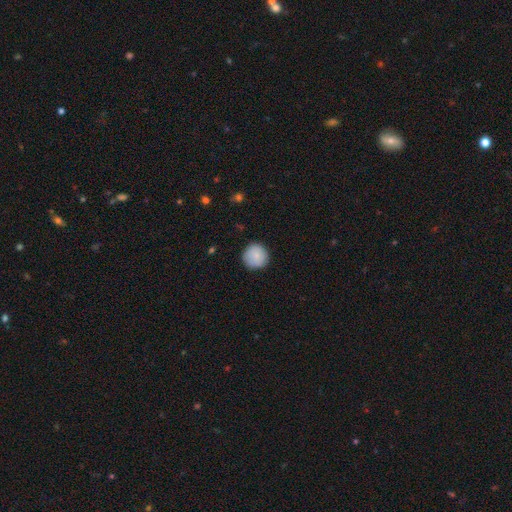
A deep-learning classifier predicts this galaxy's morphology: A smooth galaxy with no disk features (87%) that is round (95%). Merging: none (89%).